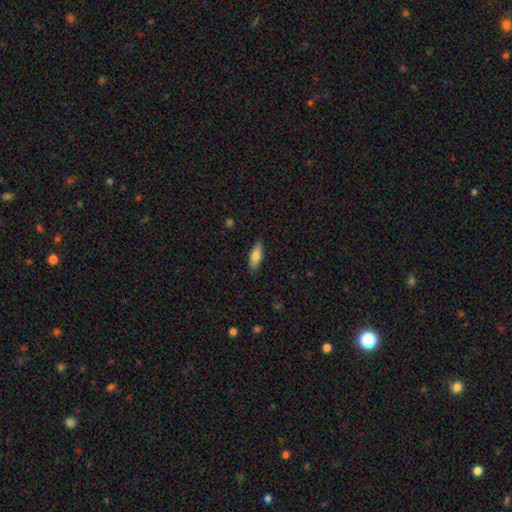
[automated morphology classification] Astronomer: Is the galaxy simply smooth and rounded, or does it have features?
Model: smooth — 78%.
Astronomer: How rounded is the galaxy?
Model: in between — 64%.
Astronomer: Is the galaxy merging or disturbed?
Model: none — 88%.